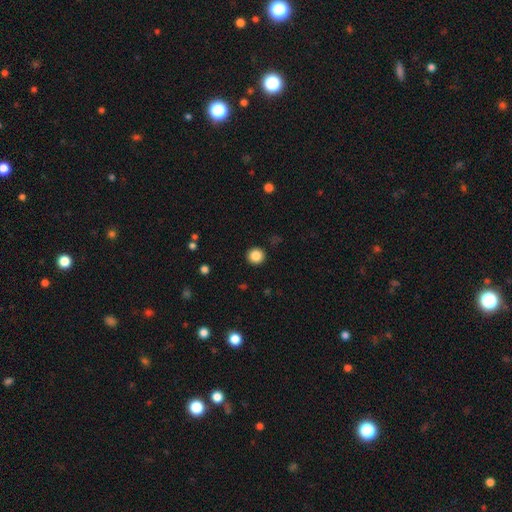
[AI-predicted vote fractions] Q: Smooth or featured?
A: smooth (86%); runner-up: star or artifact (10%)
Q: How rounded?
A: round (94%); runner-up: in between (5%)
Q: Merging?
A: none (92%); runner-up: minor disturbance (5%)